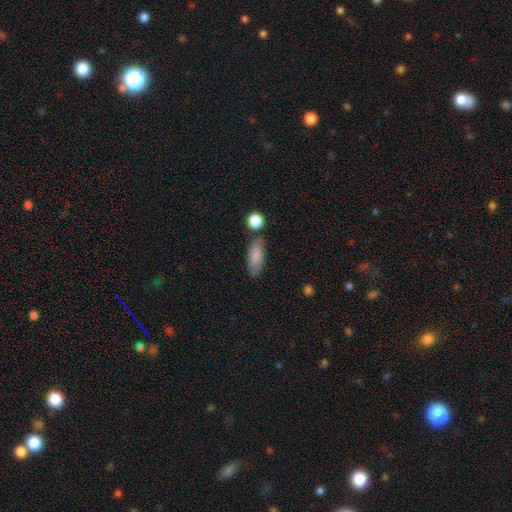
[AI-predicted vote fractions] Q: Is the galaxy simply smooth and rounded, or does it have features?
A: smooth — 83%.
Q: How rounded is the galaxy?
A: in between — 76%.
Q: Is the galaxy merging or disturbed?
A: none — 69%.